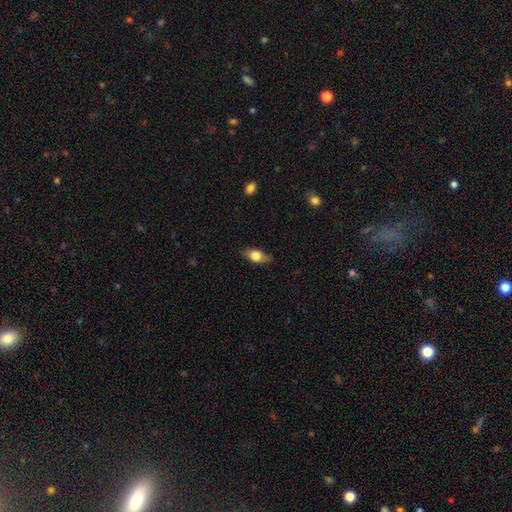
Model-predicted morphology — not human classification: This is likely a smooth galaxy (71%). How rounded: clearly in between (80%). Merging: clearly none (81%).